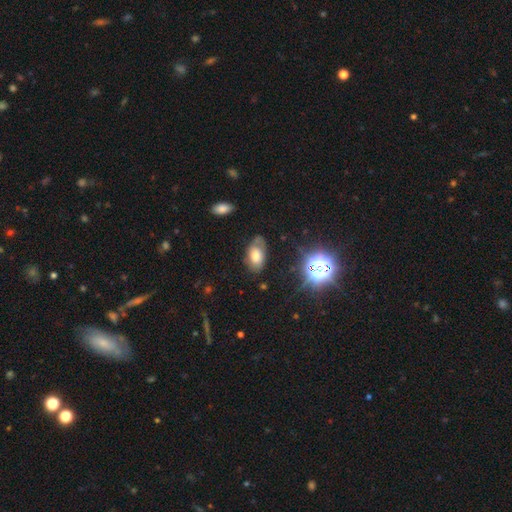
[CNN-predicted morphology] smooth_or_featured: smooth (p=0.57) [alt: featured or disk p=0.28]
how_rounded: in between (p=0.92) [alt: round p=0.06]
merging: none (p=0.57) [alt: minor disturbance p=0.29]